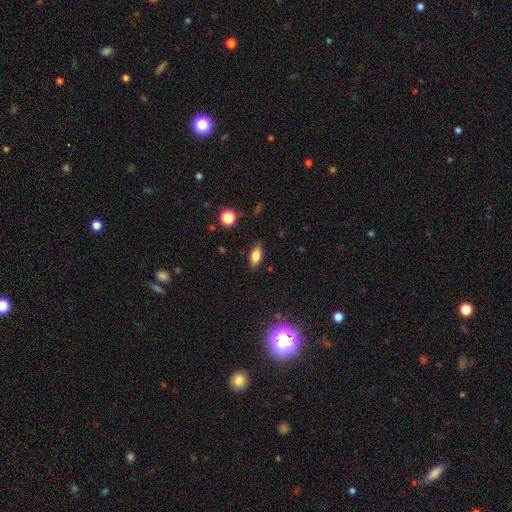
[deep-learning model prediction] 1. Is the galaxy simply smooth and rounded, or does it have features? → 77% smooth, 13% featured or disk, 10% star or artifact.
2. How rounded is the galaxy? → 85% in between, 10% cigar-shaped, 5% round.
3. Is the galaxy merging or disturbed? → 85% none, 11% minor disturbance, 3% major disturbance, 1% merger.